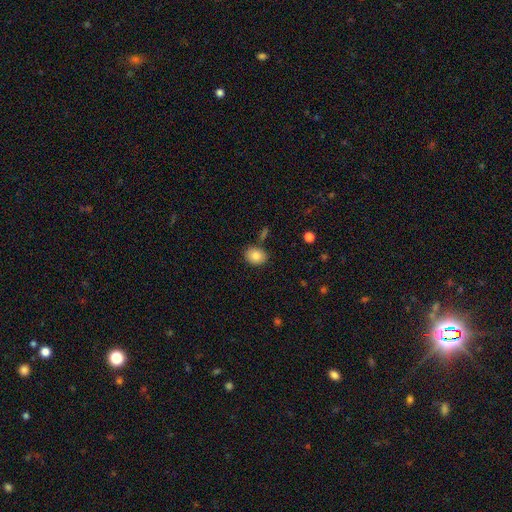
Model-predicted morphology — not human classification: type=smooth (84%); roundness=in between (57%); merging=none (80%).